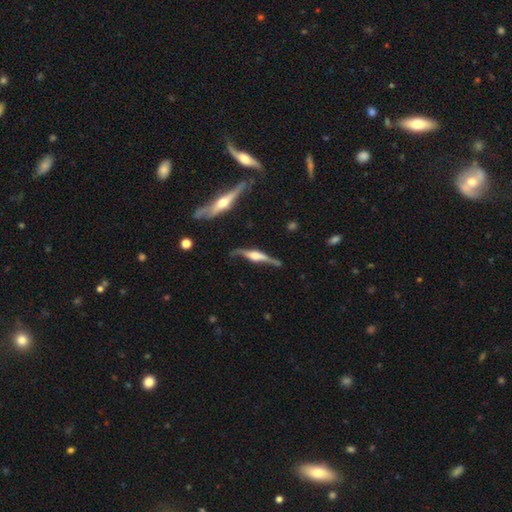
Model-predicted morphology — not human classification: This appears to be a featured or disk galaxy (80%) viewed edge-on (91%) with a rounded central bulge (68%). Merging: none (63%).